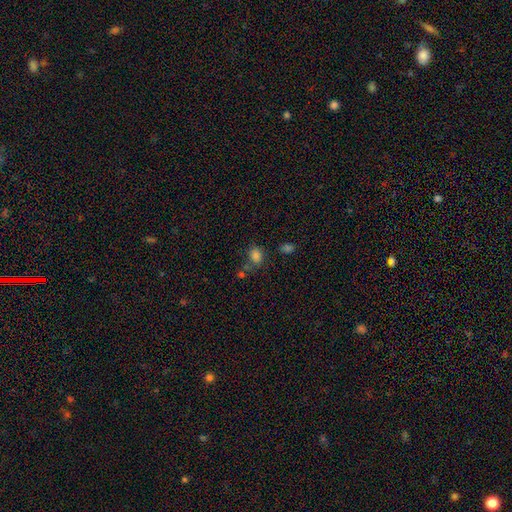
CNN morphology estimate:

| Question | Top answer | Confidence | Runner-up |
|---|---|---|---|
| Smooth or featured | smooth | 79% | star or artifact (15%) |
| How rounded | in between | 53% | round (45%) |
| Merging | none | 63% | minor disturbance (17%) |